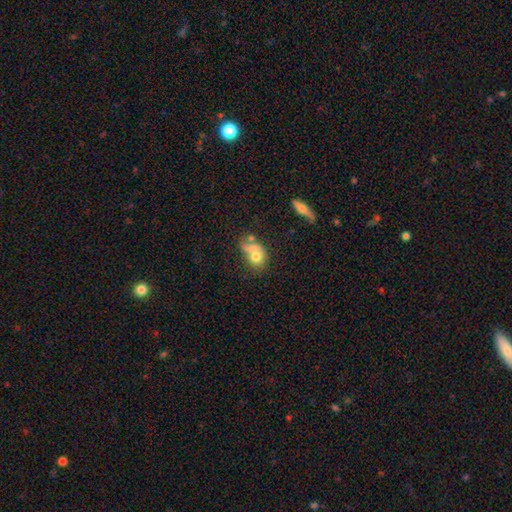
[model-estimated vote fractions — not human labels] Q: Smooth or featured?
A: smooth (69%); runner-up: featured or disk (21%)
Q: How rounded?
A: round (50%); runner-up: in between (48%)
Q: Merging?
A: merger (32%); runner-up: none (29%)